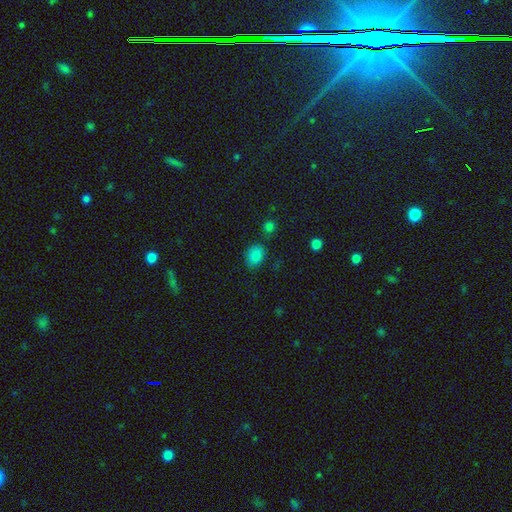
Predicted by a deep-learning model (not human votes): This appears to be a smooth galaxy with no disk features (82%) that is in between round and cigar-shaped (58%). Merging: none (74%).